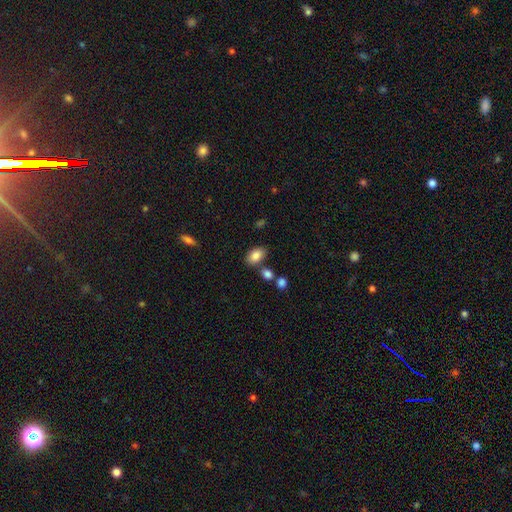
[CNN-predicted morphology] smooth_or_featured: smooth (p=0.84) [alt: star or artifact p=0.08]
how_rounded: in between (p=0.89) [alt: round p=0.10]
merging: none (p=0.75) [alt: minor disturbance p=0.12]